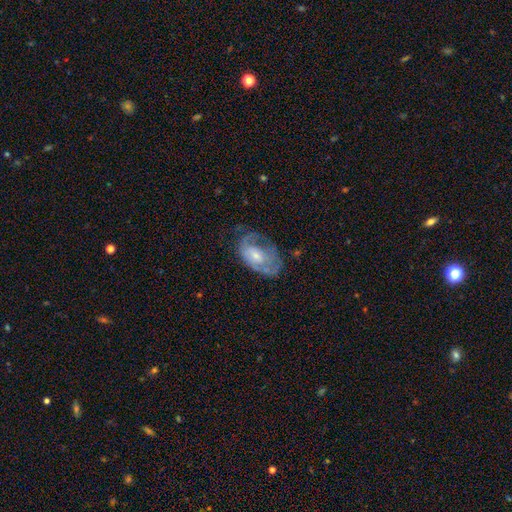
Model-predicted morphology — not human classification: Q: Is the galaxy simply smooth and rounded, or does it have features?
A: featured or disk — 60%.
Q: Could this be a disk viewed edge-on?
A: no — 96%.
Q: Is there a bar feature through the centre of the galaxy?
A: no — 67%.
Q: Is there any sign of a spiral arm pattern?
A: yes — 62%.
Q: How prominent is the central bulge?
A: small — 50%.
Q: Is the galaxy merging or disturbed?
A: none — 38%.